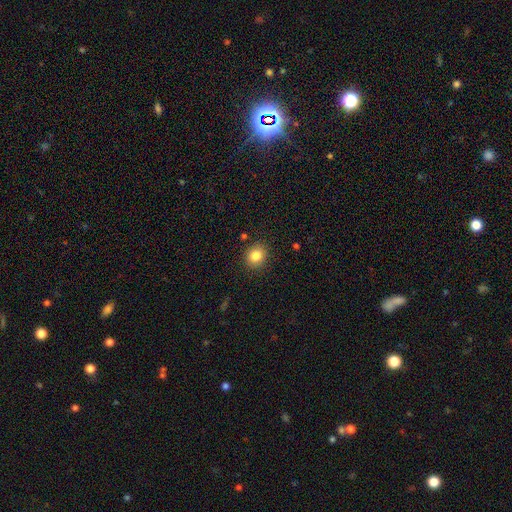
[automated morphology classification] A smooth galaxy with no disk features (83%) that is round (69%).

Vote fractions:
- Smooth or featured? smooth: 83% / star or artifact: 10% / featured or disk: 7%
- How rounded? round: 69% / in between: 30% / cigar-shaped: 1%
- Merging? none: 88% / minor disturbance: 8% / major disturbance: 2% / merger: 1%